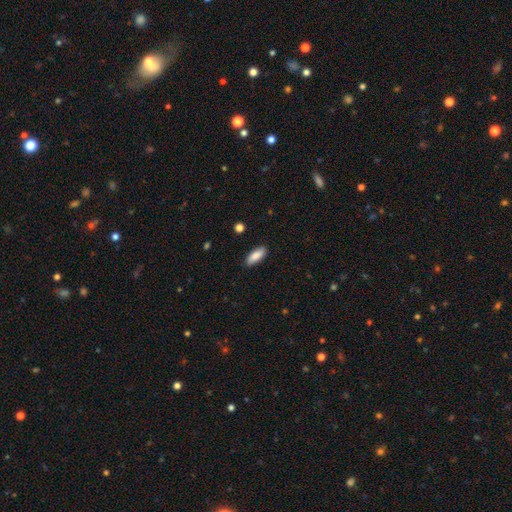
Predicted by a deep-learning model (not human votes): smooth-or-featured: smooth: 87% | featured or disk: 7% | star or artifact: 6%
  how-rounded: in between: 75% | cigar-shaped: 23% | round: 2%
  merging: none: 87% | minor disturbance: 10% | major disturbance: 2% | merger: 1%